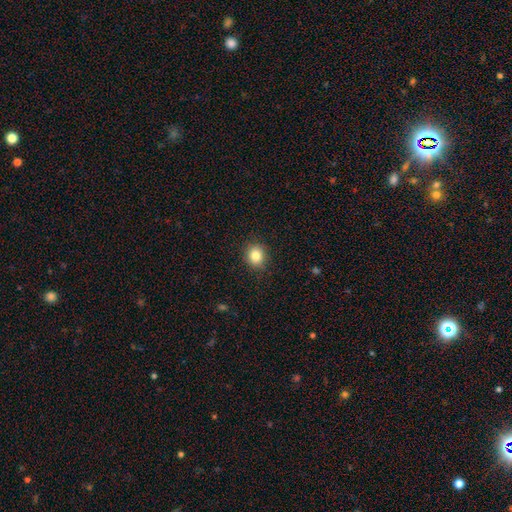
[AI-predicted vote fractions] Smooth or featured: smooth — 83% (star or artifact — 11%)
How rounded: round — 80% (in between — 19%)
Merging: none — 89% (minor disturbance — 8%)